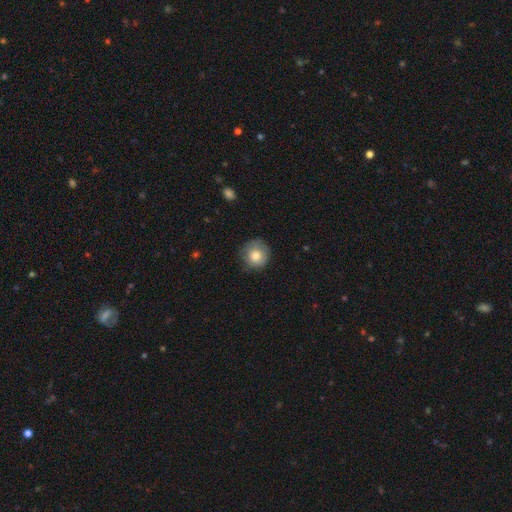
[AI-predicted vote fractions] A smooth galaxy with no disk features (79%) that is round (93%).

Vote fractions:
- Smooth or featured? smooth: 79% / featured or disk: 12% / star or artifact: 8%
- How rounded? round: 93% / in between: 6% / cigar-shaped: 1%
- Merging? none: 79% / minor disturbance: 16% / major disturbance: 4% / merger: 1%